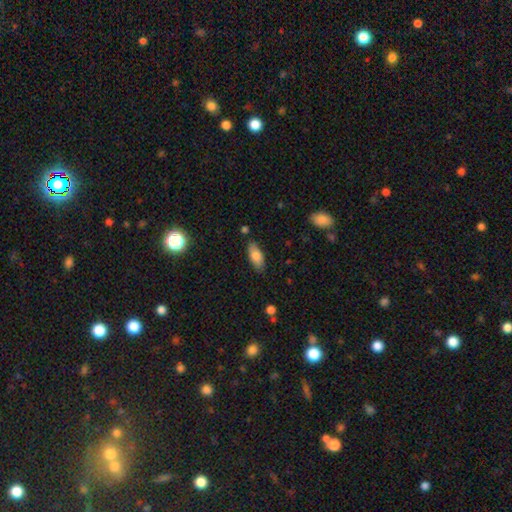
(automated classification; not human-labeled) Overall: smooth (80%). How rounded: in between (85%). Merging: none (83%).